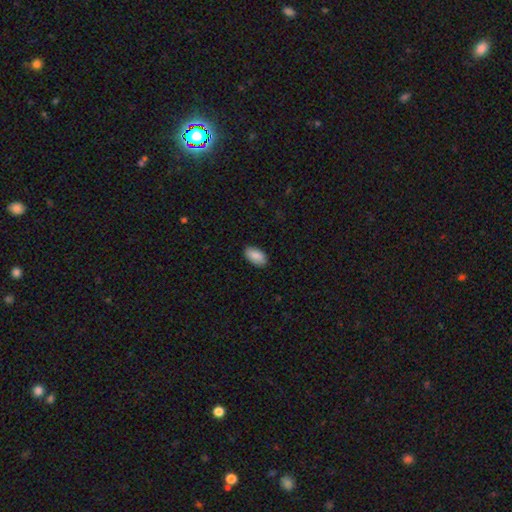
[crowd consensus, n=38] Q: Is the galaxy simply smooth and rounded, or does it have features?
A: smooth — 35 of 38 (92%).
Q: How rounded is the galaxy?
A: in between — 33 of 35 (94%).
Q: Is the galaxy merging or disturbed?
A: none — 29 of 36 (81%).